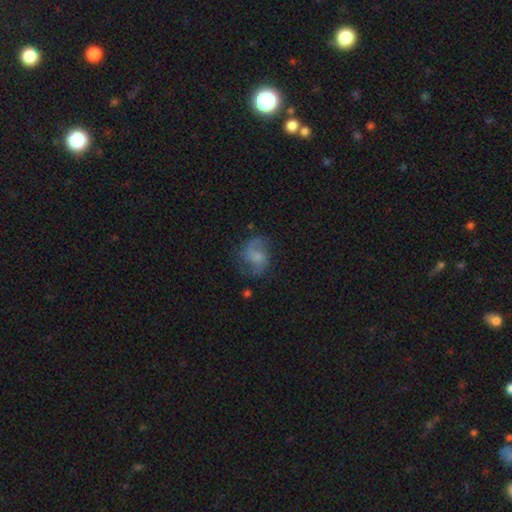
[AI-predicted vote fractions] A featured or disk galaxy (66%) with no bar (55%), 2 (86%) medium (46%) spiral arms (91%) and a small central bulge (36%).

Vote fractions:
- Smooth or featured? featured or disk: 66% / smooth: 25% / star or artifact: 9%
- Edge-on disk? no: 98% / yes: 2%
- Bar? no: 55% / weak: 39% / strong: 7%
- Spiral arms? yes: 91% / no: 9%
- Spiral winding? medium: 46% / loose: 41% / tight: 13%
- Spiral arm count? 2: 86% / can't tell: 6% / 1: 5% / 3: 2% / 4: 1% / more than 4: 1%
- Bulge size? small: 36% / moderate: 28% / none: 28% / large: 7% / dominant: 2%
- Merging? none: 66% / minor disturbance: 20% / major disturbance: 12% / merger: 2%